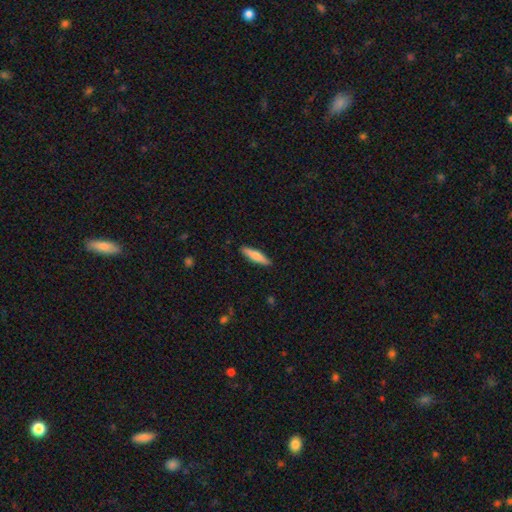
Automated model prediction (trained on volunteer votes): smooth-or-featured: smooth: 74% | featured or disk: 21% | star or artifact: 5%
  how-rounded: cigar-shaped: 79% | in between: 20% | round: 2%
  merging: none: 90% | minor disturbance: 8% | major disturbance: 2% | merger: 1%